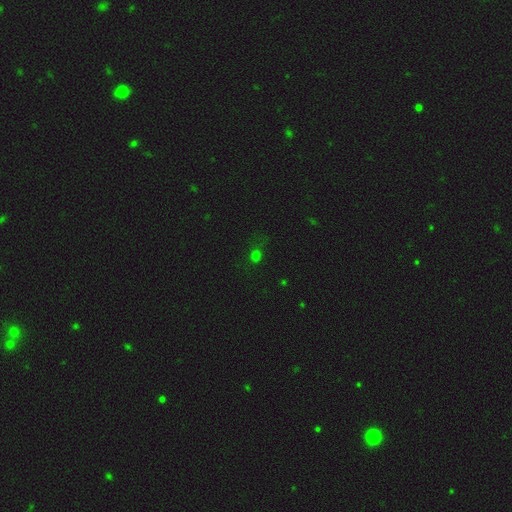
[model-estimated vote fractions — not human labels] Smooth or featured? Predicted: smooth (p=0.64). How rounded? Predicted: round (p=0.66). Merging? Predicted: none (p=0.76).